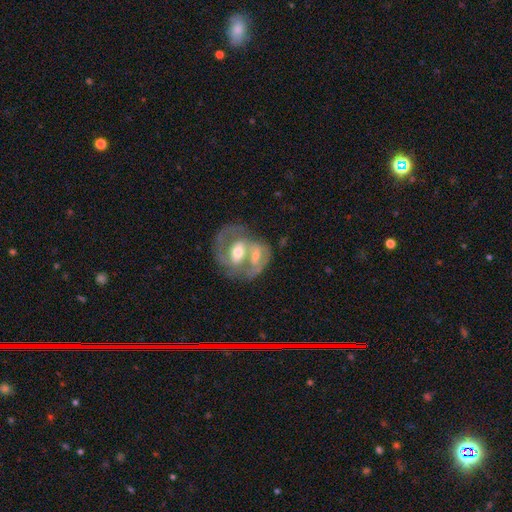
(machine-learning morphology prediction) A featured or disk galaxy (69%) with no bar (41%), spiral arms (61%) and a moderate central bulge (67%).

Vote fractions:
- Smooth or featured? featured or disk: 69% / smooth: 25% / star or artifact: 6%
- Edge-on disk? no: 96% / yes: 4%
- Bar? no: 41% / weak: 38% / strong: 21%
- Spiral arms? yes: 61% / no: 39%
- Bulge size? moderate: 67% / small: 21% / large: 9% / none: 2% / dominant: 1%
- Merging? merger: 65% / none: 19% / minor disturbance: 8% / major disturbance: 8%